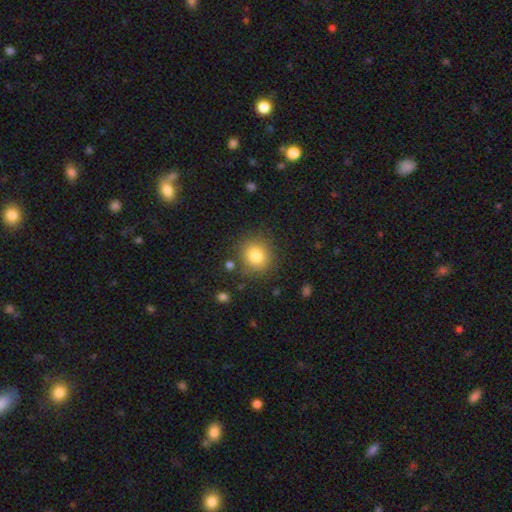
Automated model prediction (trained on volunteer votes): A smooth galaxy with no disk features (82%) that is round (83%).

Vote fractions:
- Smooth or featured? smooth: 82% / star or artifact: 11% / featured or disk: 8%
- How rounded? round: 83% / in between: 16% / cigar-shaped: 1%
- Merging? none: 84% / minor disturbance: 10% / major disturbance: 4% / merger: 3%